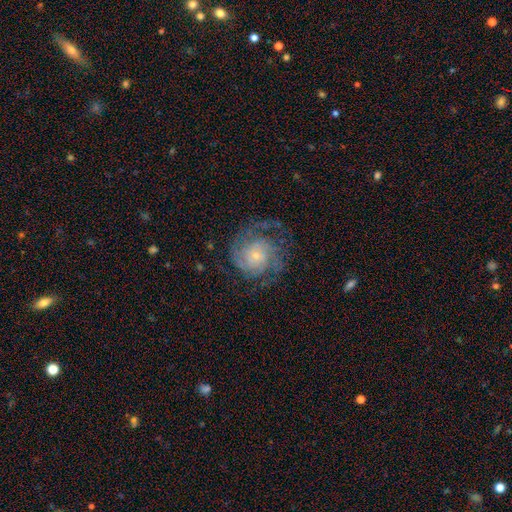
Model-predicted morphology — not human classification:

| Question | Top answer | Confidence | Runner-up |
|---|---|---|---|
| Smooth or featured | featured or disk | 82% | smooth (11%) |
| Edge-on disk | no | 98% | yes (2%) |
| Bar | no | 73% | weak (23%) |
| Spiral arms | yes | 95% | no (5%) |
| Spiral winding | tight | 53% | medium (36%) |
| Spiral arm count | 2 | 33% | can't tell (25%) |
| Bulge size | small | 73% | moderate (19%) |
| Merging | none | 68% | minor disturbance (16%) |